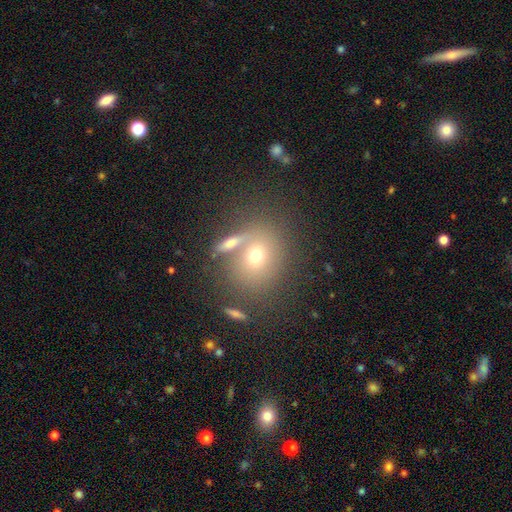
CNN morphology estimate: The model was most divided on "how rounded": round: 65%, in between: 33%, cigar-shaped: 2%. More confident: smooth or featured — smooth (63%); merging — none (61%).